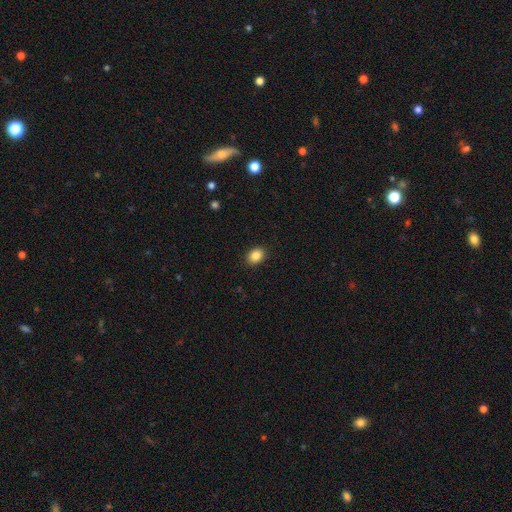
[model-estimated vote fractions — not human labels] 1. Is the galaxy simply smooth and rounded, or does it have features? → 87% smooth, 9% star or artifact, 4% featured or disk.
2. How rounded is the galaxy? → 63% in between, 36% round, 1% cigar-shaped.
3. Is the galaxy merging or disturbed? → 90% none, 7% minor disturbance, 2% major disturbance, 1% merger.